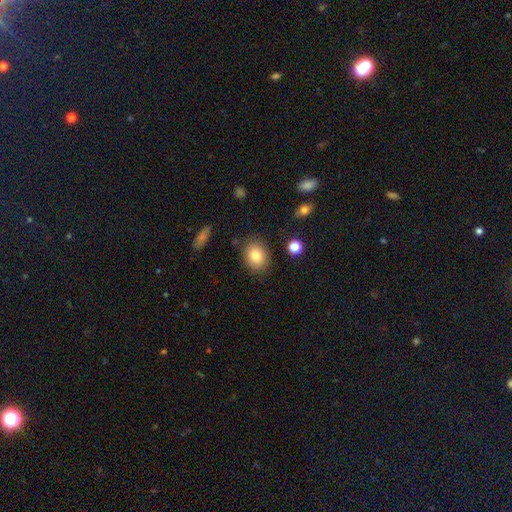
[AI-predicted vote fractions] The model was most divided on "how rounded": in between: 50%, round: 49%, cigar-shaped: 1%. More confident: merging — none (84%); smooth or featured — smooth (82%).